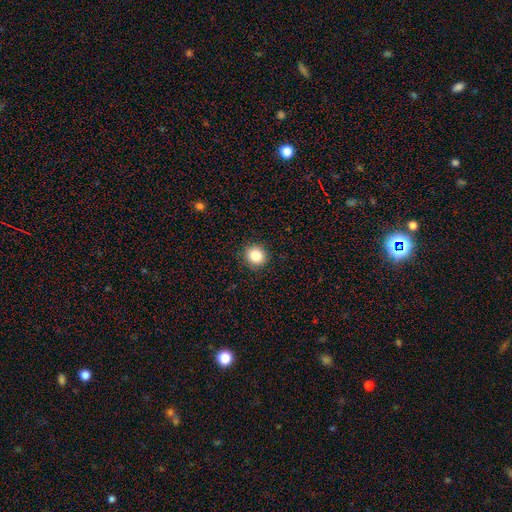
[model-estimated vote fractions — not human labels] This is clearly a smooth galaxy (84%). How rounded: clearly round (85%). Merging: clearly none (91%).